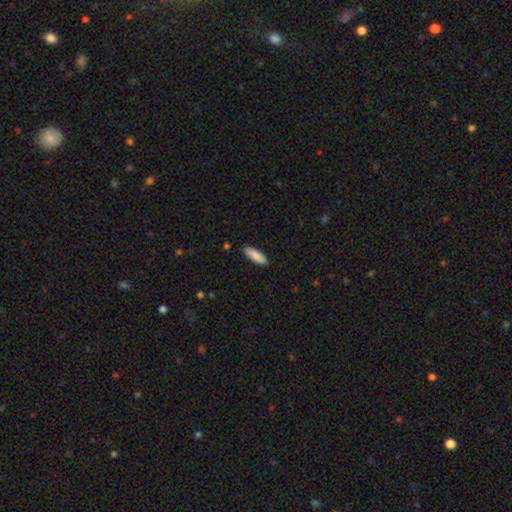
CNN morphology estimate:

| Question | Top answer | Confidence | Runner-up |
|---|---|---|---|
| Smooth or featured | smooth | 88% | featured or disk (6%) |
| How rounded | in between | 61% | cigar-shaped (38%) |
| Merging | none | 87% | minor disturbance (10%) |